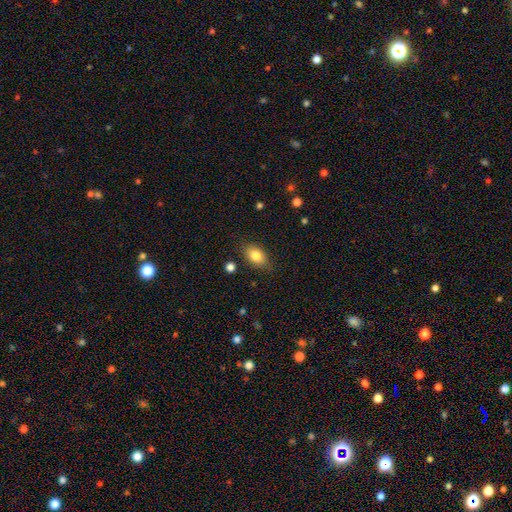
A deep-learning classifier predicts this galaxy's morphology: This appears to be a smooth galaxy with no disk features (83%) that is in between round and cigar-shaped (84%). Merging: none (81%).